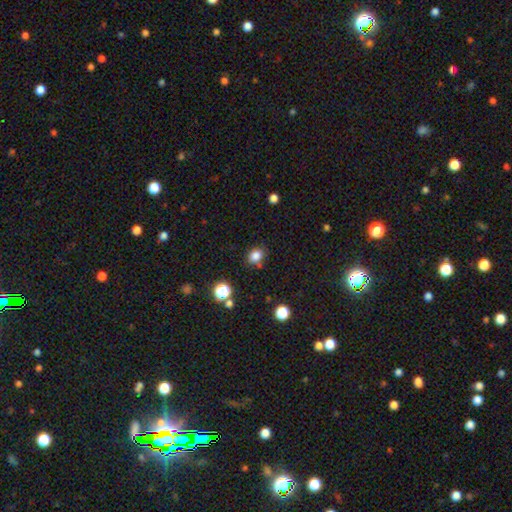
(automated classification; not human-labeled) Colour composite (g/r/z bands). It shows a smooth galaxy with no disk features (81%) that is round (57%). Merging: none (78%).